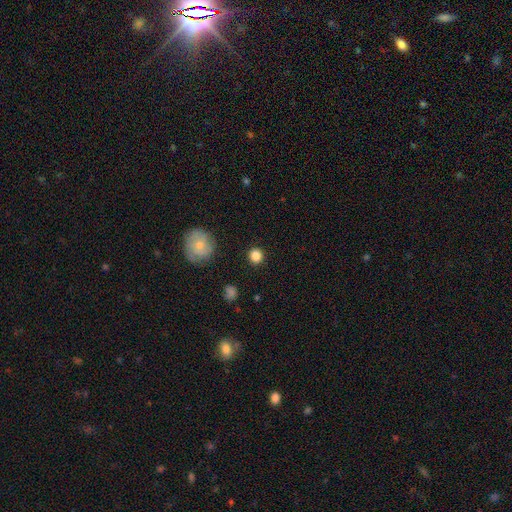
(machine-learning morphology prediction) type=smooth (85%); roundness=round (90%); merging=none (89%).